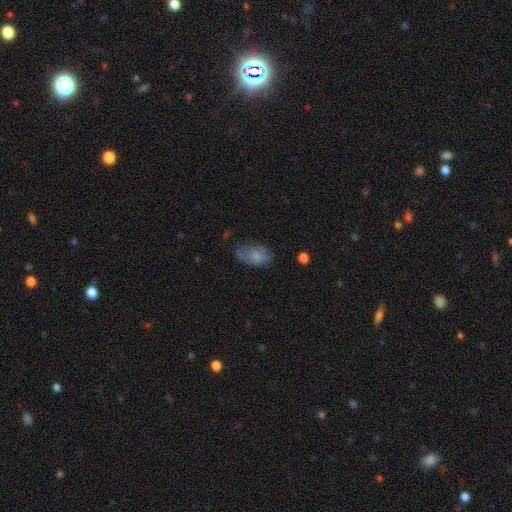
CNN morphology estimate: A smooth galaxy with no disk features (67%) that is in between round and cigar-shaped (91%). Merging: none (59%).